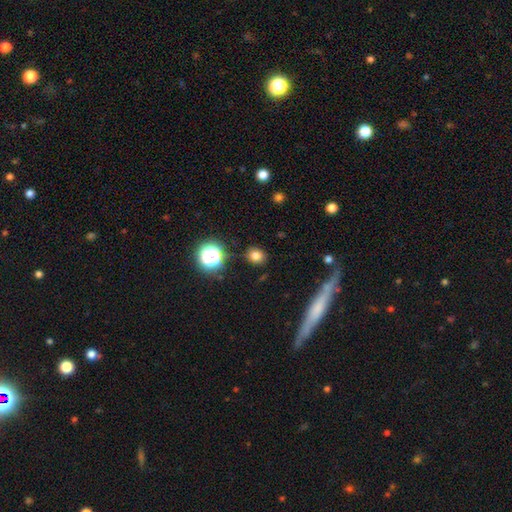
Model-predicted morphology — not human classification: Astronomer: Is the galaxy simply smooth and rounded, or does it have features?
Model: smooth — 77%.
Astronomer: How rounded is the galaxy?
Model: round — 75%.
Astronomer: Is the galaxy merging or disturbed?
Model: none — 85%.